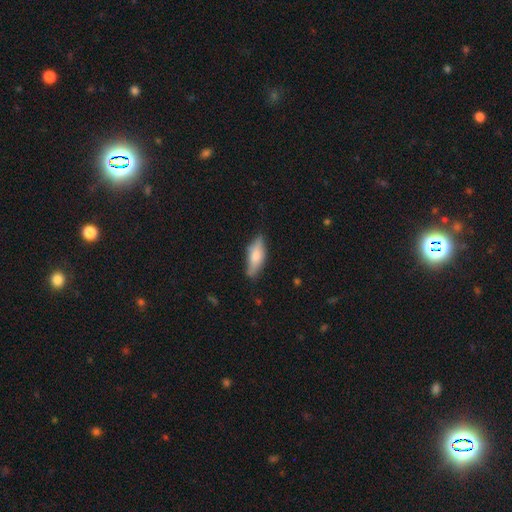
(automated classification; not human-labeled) smooth-or-featured: smooth: 66% | featured or disk: 28% | star or artifact: 6%
  how-rounded: in between: 62% | cigar-shaped: 36% | round: 2%
  merging: none: 75% | minor disturbance: 20% | major disturbance: 4% | merger: 2%